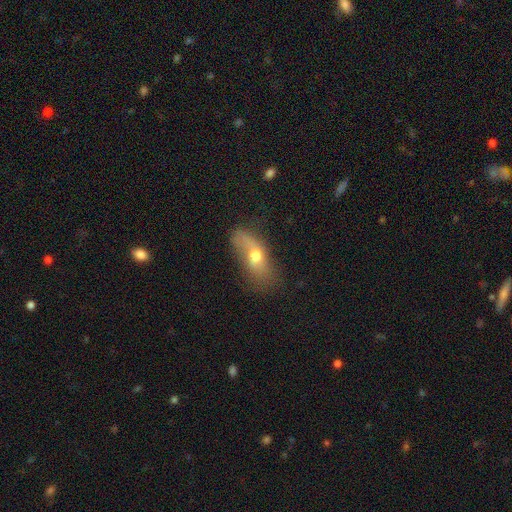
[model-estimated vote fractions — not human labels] Smooth or featured? Predicted: smooth (p=0.54). How rounded? Predicted: in between (p=0.74). Merging? Predicted: none (p=0.41).